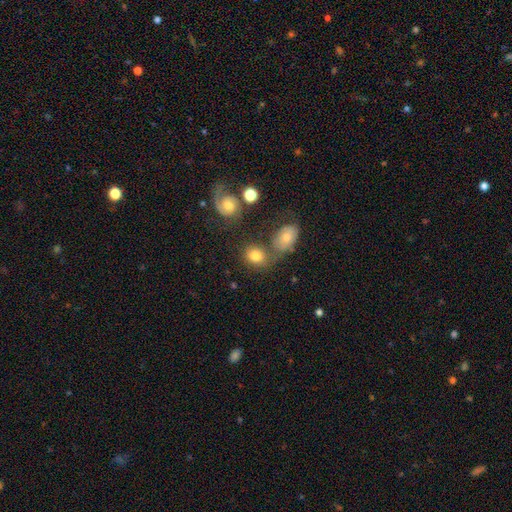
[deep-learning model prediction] This is likely a smooth galaxy (75%). How rounded: possibly in between (51%). Merging: possibly none (53%).